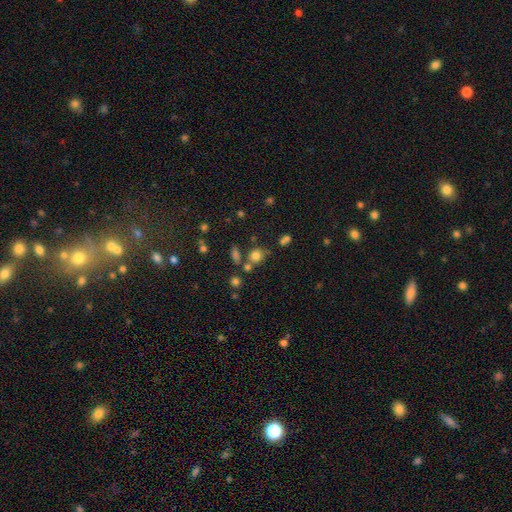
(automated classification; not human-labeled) smooth 73%, star or artifact 18%, featured or disk 9%. Down the decision tree: how rounded — round (75%); merging — none (66%).